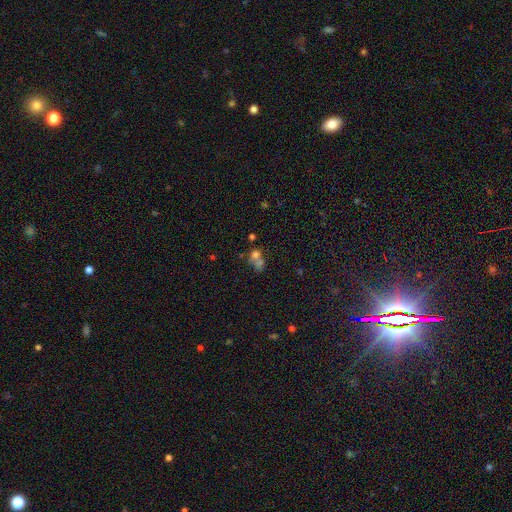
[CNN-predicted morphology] smooth 61%, star or artifact 21%, featured or disk 18%. Down the decision tree: how rounded — round (67%); merging — merger (55%).